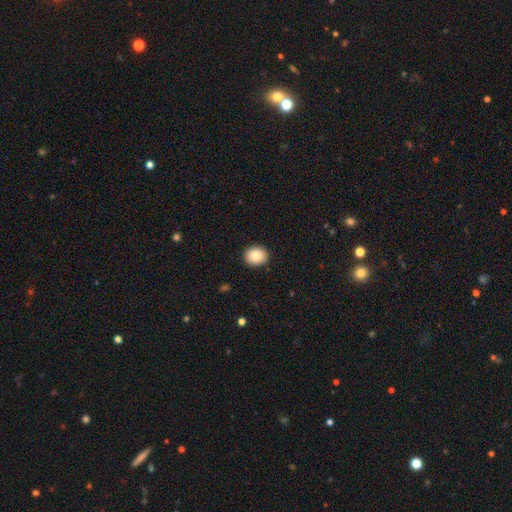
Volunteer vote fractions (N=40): Smooth or featured: smooth — 85% (featured or disk — 8%)
How rounded: round — 76% (in between — 24%)
Merging: none — 97% (minor disturbance — 3%)